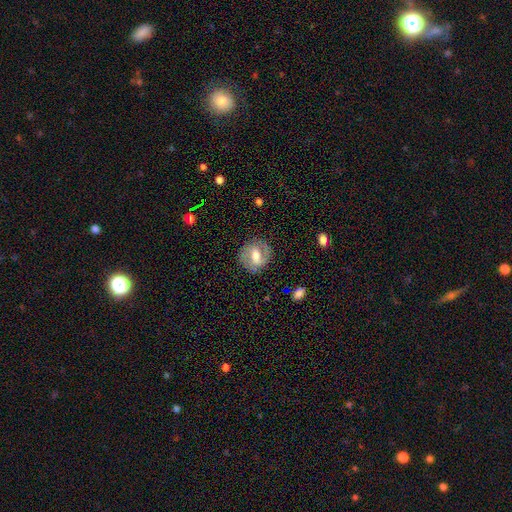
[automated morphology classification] smooth-or-featured: featured or disk: 69% | smooth: 25% | star or artifact: 6%
  disk-edge-on: no: 97% | yes: 3%
    bar: weak: 49% | strong: 33% | no: 17%
    has-spiral-arms: yes: 82% | no: 18%
      spiral-winding: medium: 48% | tight: 32% | loose: 21%
      spiral-arm-count: 2: 84% | can't tell: 8% | 1: 4% | 3: 1% | 4: 1% | more than 4: 1%
    bulge-size: moderate: 69% | small: 19% | large: 10% | none: 2% | dominant: 1%
  merging: none: 81% | minor disturbance: 13% | major disturbance: 5% | merger: 1%